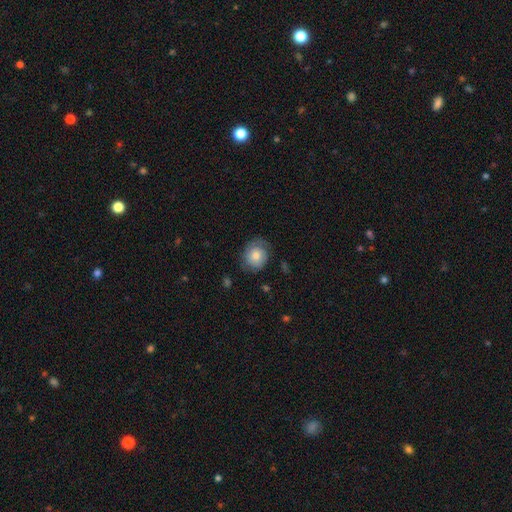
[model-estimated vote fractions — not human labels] Smooth or featured: smooth — 62% (featured or disk — 30%)
How rounded: round — 68% (in between — 31%)
Merging: none — 68% (minor disturbance — 22%)